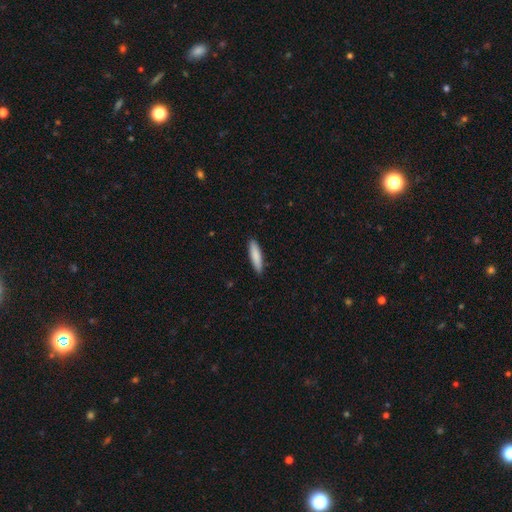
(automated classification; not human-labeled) This appears to be a smooth galaxy with no disk features (86%) that is cigar-shaped (76%). Merging: none (90%).